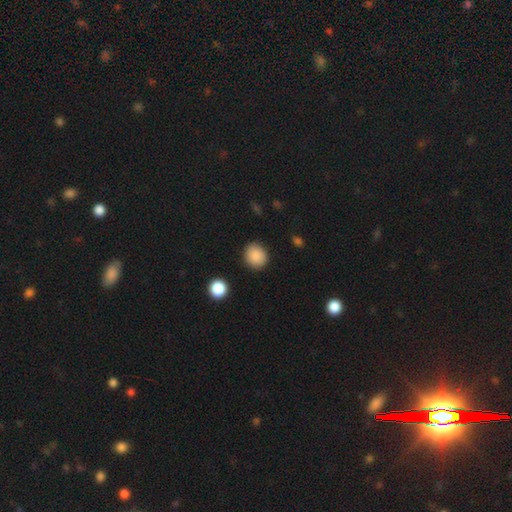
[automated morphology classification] This appears to be a smooth galaxy with no disk features (88%) that is round (77%). Merging: none (88%).